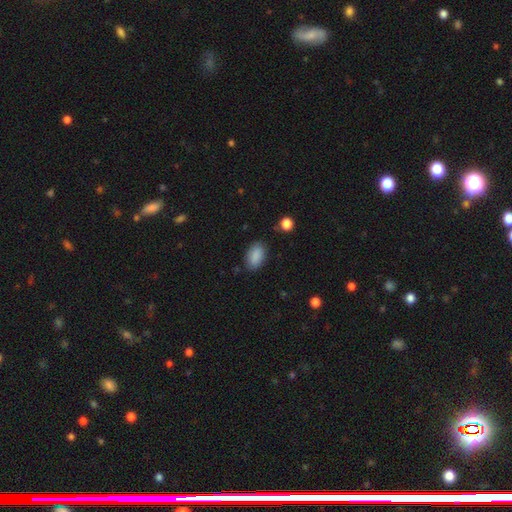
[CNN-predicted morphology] smooth-or-featured: smooth: 88% | star or artifact: 8% | featured or disk: 4%
  how-rounded: in between: 92% | round: 5% | cigar-shaped: 2%
  merging: none: 82% | minor disturbance: 13% | major disturbance: 3% | merger: 2%